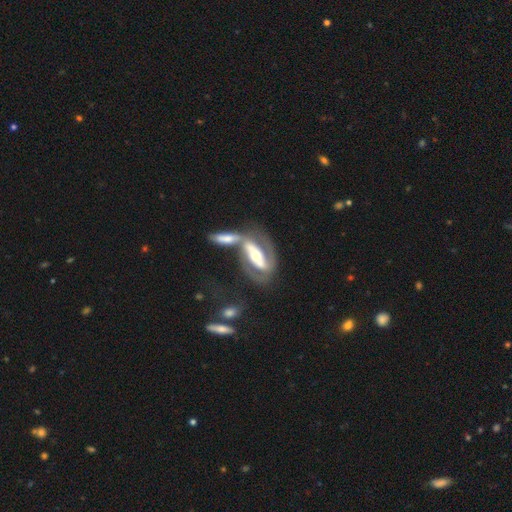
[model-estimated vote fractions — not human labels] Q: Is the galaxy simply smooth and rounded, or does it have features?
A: featured or disk — 78%.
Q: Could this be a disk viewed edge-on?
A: no — 89%.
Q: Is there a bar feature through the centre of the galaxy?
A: strong — 51%.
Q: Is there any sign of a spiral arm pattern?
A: yes — 81%.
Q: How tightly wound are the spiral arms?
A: medium — 44%.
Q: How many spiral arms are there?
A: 2 — 81%.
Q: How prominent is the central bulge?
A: moderate — 67%.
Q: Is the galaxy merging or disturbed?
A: merger — 41%.